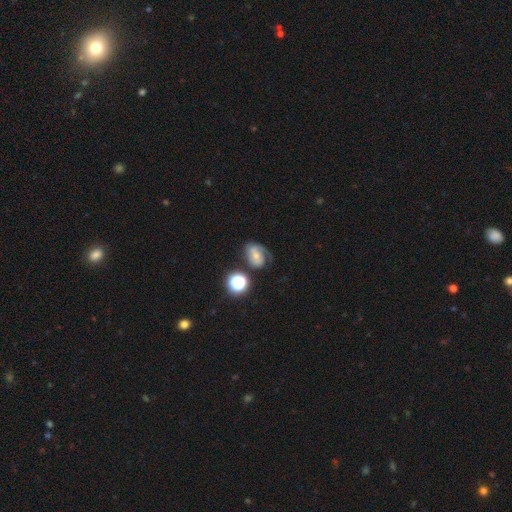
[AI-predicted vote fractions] Smooth or featured: featured or disk — 56% (smooth — 30%)
Edge-on disk: no — 96% (yes — 4%)
Bar: no — 59% (weak — 31%)
Spiral arms: yes — 83% (no — 17%)
Bulge size: small — 49% (moderate — 43%)
Merging: none — 49% (minor disturbance — 26%)